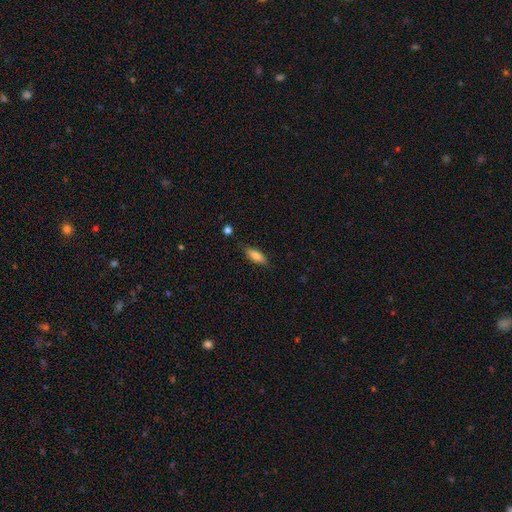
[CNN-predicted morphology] This appears to be a smooth galaxy with no disk features (81%) that is in between round and cigar-shaped (67%). Merging: none (82%).